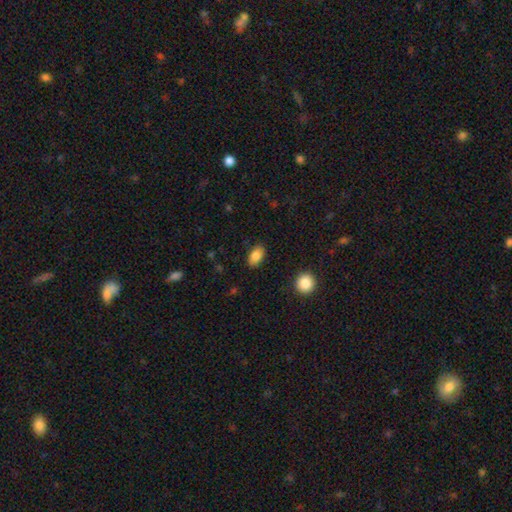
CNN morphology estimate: Smooth or featured: smooth — 86% (star or artifact — 8%)
How rounded: in between — 88% (round — 10%)
Merging: none — 87% (minor disturbance — 9%)